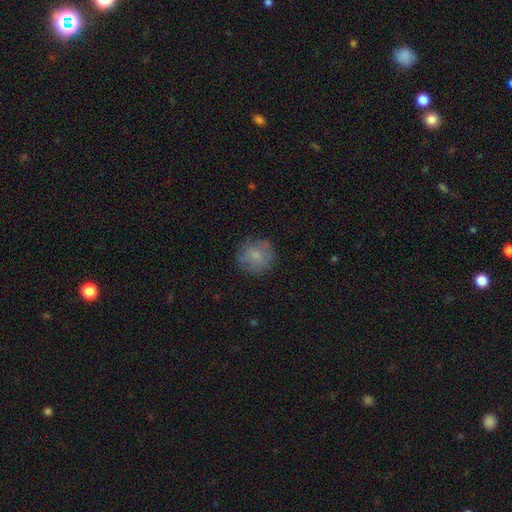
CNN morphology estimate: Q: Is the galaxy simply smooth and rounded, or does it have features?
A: smooth — 74%.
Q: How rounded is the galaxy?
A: round — 90%.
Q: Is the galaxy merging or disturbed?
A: none — 79%.